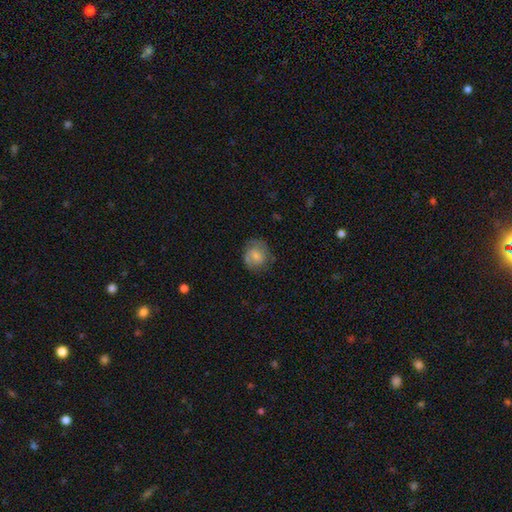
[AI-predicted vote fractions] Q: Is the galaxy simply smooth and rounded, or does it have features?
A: smooth — 64%.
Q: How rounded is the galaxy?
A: round — 71%.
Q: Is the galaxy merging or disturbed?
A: none — 65%.